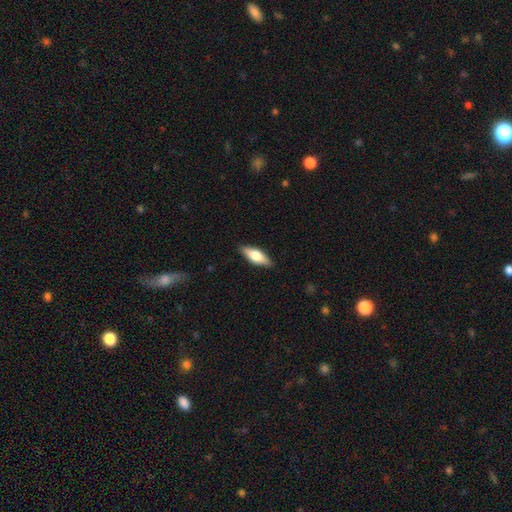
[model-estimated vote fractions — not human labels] This is likely a smooth galaxy (62%). How rounded: likely in between (68%). Merging: clearly none (87%).